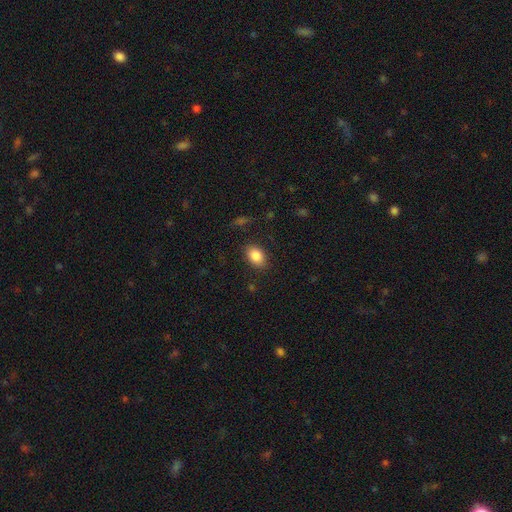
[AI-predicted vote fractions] A smooth galaxy with no disk features (86%) that is in between round and cigar-shaped (81%).

Vote fractions:
- Smooth or featured? smooth: 86% / star or artifact: 8% / featured or disk: 5%
- How rounded? in between: 81% / round: 18% / cigar-shaped: 1%
- Merging? none: 85% / minor disturbance: 10% / major disturbance: 3% / merger: 1%